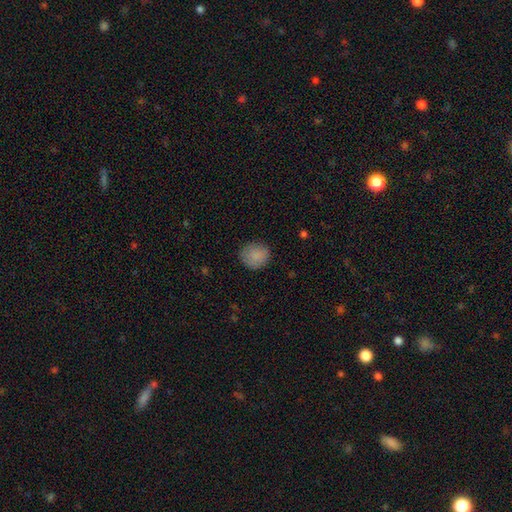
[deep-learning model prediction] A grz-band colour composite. It shows a smooth galaxy with no disk features (87%) that is round (85%). Merging: none (85%).